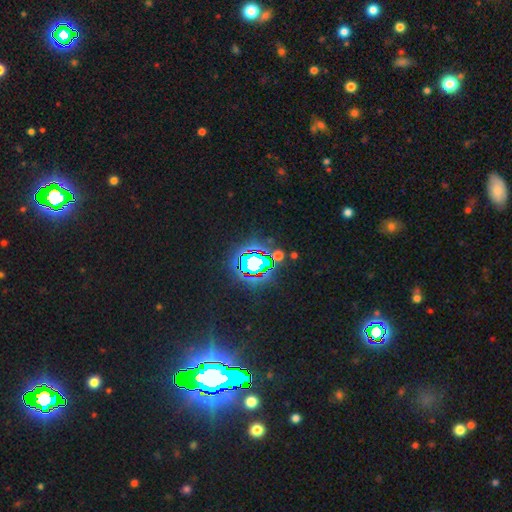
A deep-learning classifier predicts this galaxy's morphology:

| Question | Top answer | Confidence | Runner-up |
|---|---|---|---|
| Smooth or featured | star or artifact | 79% | smooth (11%) |